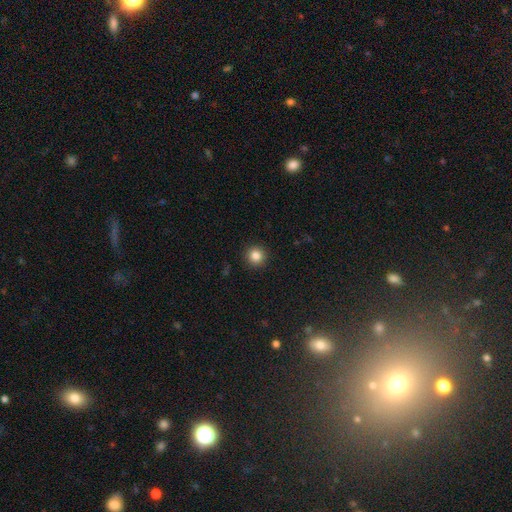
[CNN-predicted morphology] The model was most divided on "smooth or featured": smooth: 84%, star or artifact: 11%, featured or disk: 5%. More confident: how rounded — round (95%); merging — none (93%).